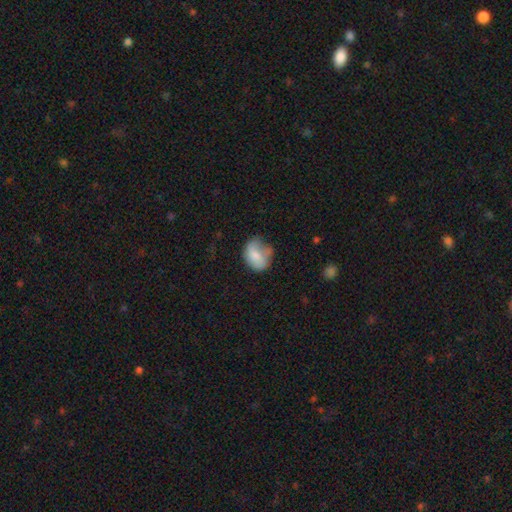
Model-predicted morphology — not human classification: The model was most divided on "merging": none: 40%, minor disturbance: 37%, major disturbance: 18%, merger: 5%. More confident: smooth or featured — smooth (69%); how rounded — in between (56%).